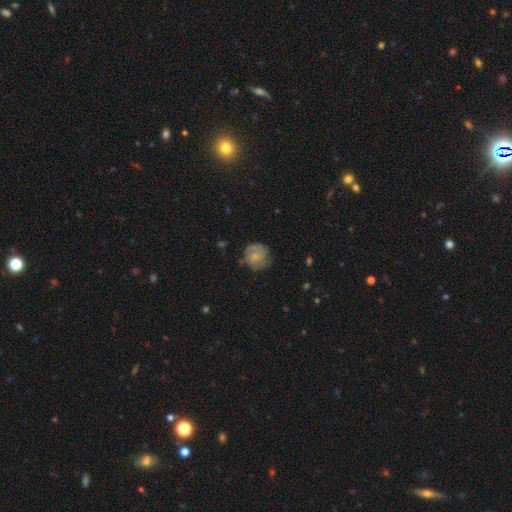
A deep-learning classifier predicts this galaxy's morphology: A smooth galaxy with no disk features (52%) that is round (85%). Merging: none (64%).